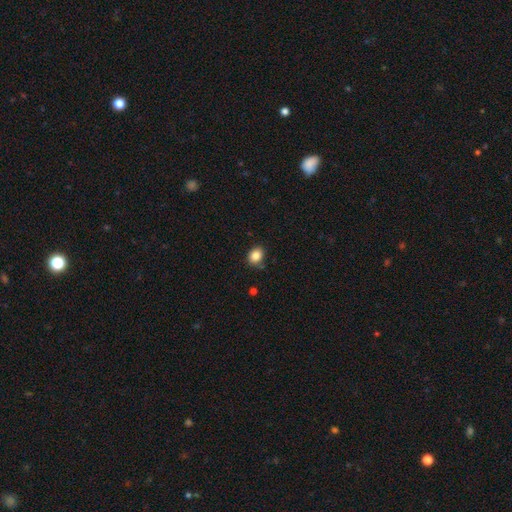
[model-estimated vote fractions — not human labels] Q: Smooth or featured?
A: smooth (86%); runner-up: star or artifact (10%)
Q: How rounded?
A: round (50%); runner-up: in between (49%)
Q: Merging?
A: none (82%); runner-up: minor disturbance (13%)